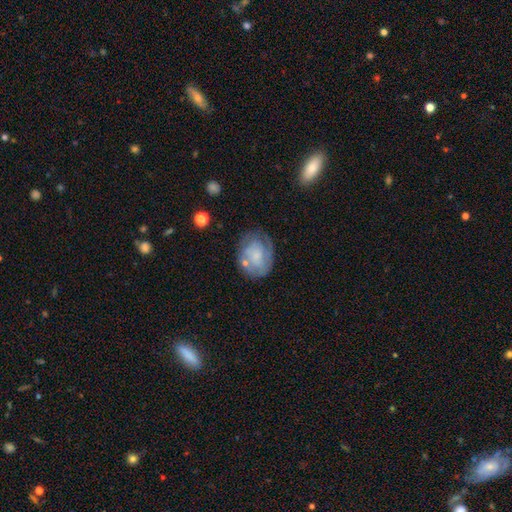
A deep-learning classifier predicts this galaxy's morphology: Smooth or featured? Predicted: featured or disk (p=0.54). Edge-on disk? Predicted: no (p=0.97). Bar? Predicted: no (p=0.70). Spiral arms? Predicted: yes (p=0.72). Bulge size? Predicted: small (p=0.45). Merging? Predicted: none (p=0.56).